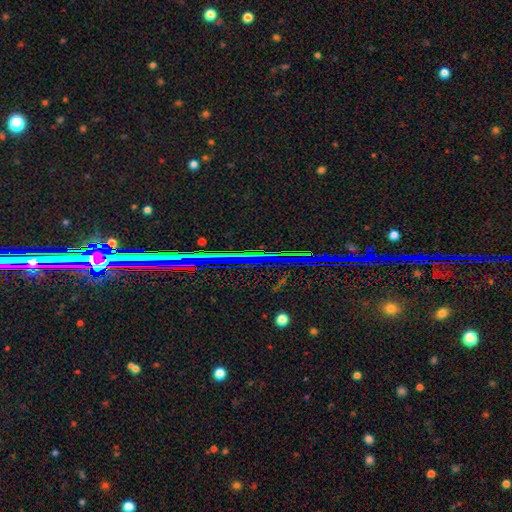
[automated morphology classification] A star or artifact, not a galaxy (80%).

Vote fractions:
- Smooth or featured? star or artifact: 80% / featured or disk: 11% / smooth: 9%